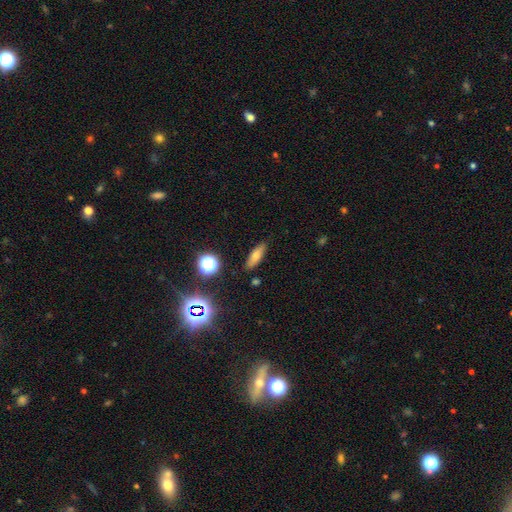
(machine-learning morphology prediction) Overall: smooth (66%). How rounded: in between (51%; cigar-shaped 43%). Merging: none (86%).